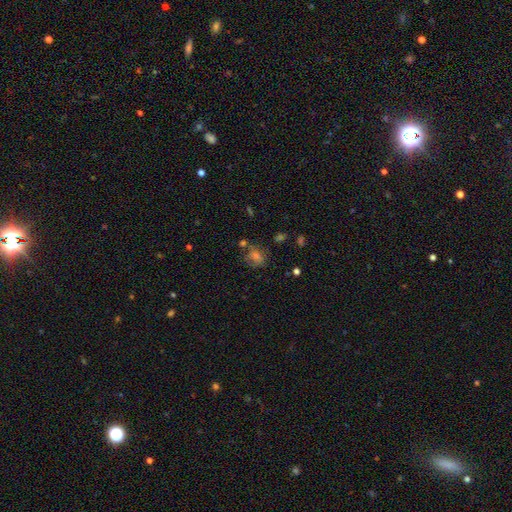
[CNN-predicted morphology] This appears to be a smooth galaxy with no disk features (47%). Merging: none (62%).